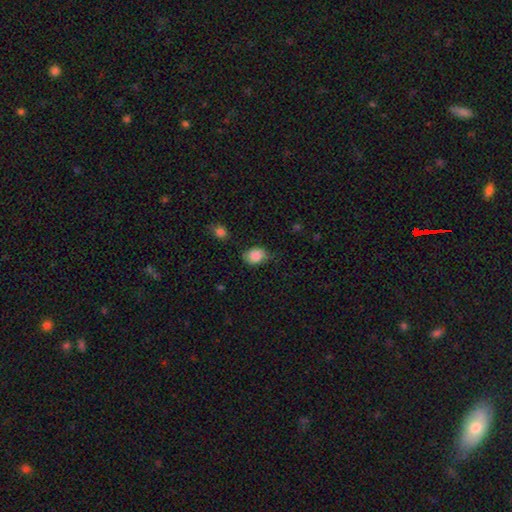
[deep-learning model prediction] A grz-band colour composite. It shows a smooth galaxy with no disk features (86%) that is in between round and cigar-shaped (67%). Merging: none (66%).